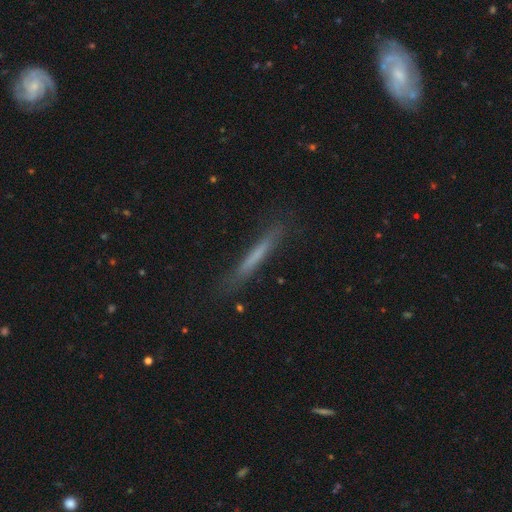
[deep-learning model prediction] Smooth or featured: smooth — 57% (featured or disk — 35%)
How rounded: cigar-shaped — 96% (in between — 3%)
Merging: none — 83% (minor disturbance — 13%)